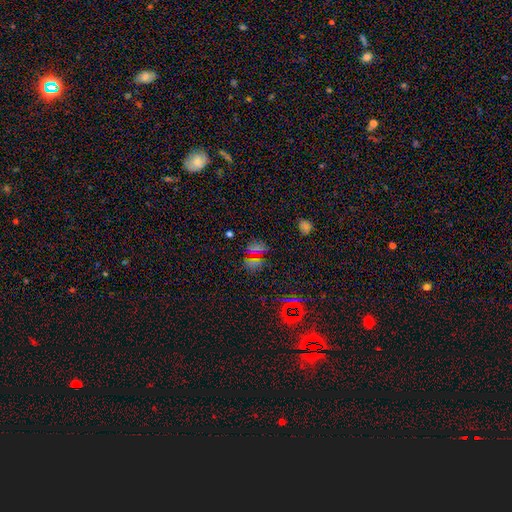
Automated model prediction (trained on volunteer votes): Smooth or featured?
  - star or artifact: 50% *
  - smooth: 37%
  - featured or disk: 13%